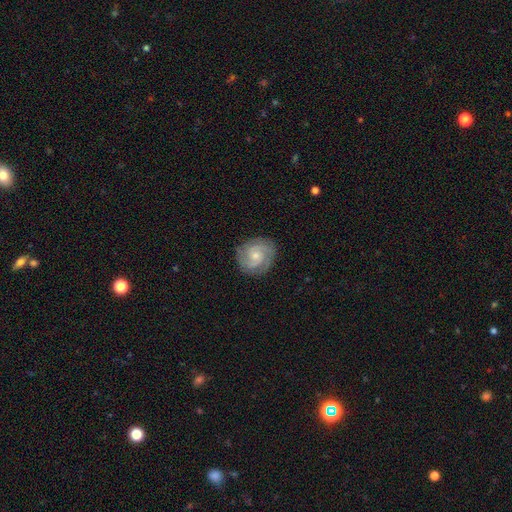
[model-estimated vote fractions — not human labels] Smooth or featured? featured or disk (80%)
Edge-on disk? no (98%)
Bar? no (65%)
Spiral arms? yes (97%)
Spiral winding? tight (59%)
Spiral arm count? 2 (55%)
Bulge size? small (58%)
Merging? none (84%)